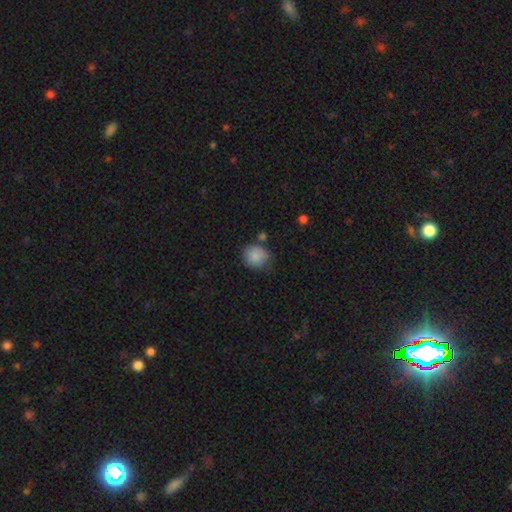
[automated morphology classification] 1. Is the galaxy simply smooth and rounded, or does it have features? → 86% smooth, 8% star or artifact, 6% featured or disk.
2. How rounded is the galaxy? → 78% round, 21% in between, 1% cigar-shaped.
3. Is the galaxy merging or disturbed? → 64% none, 23% minor disturbance, 7% merger, 5% major disturbance.